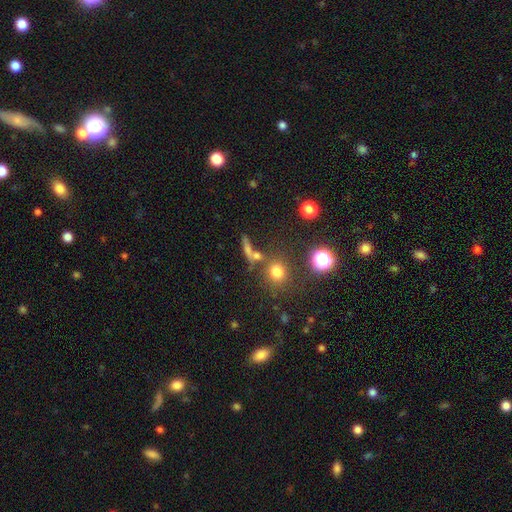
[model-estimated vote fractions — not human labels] A smooth galaxy with no disk features (62%) that is round (48%). Merging: none (59%).